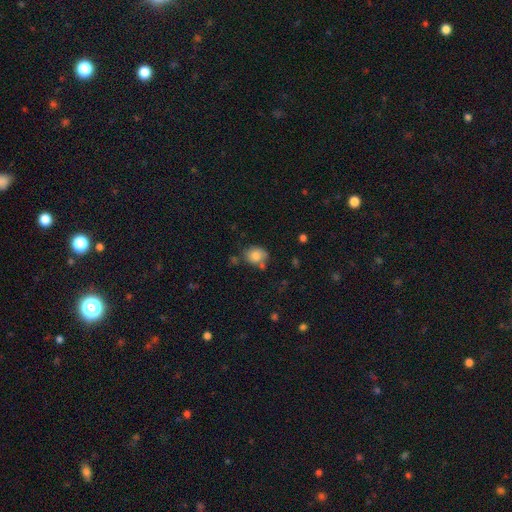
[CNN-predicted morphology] The model was most divided on "how rounded": round: 52%, in between: 47%, cigar-shaped: 1%. More confident: smooth or featured — smooth (81%); merging — none (63%).